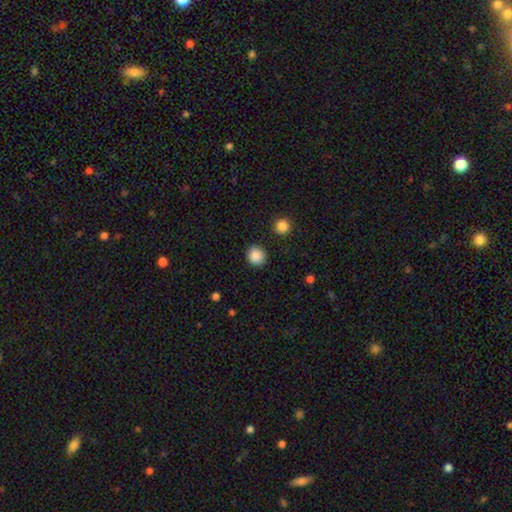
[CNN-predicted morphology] A smooth galaxy with no disk features (87%) that is round (89%). Merging: none (91%).